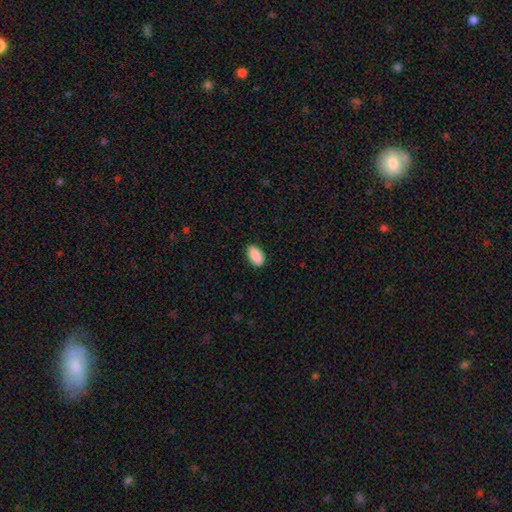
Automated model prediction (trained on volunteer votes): smooth-or-featured: smooth: 90% | star or artifact: 6% | featured or disk: 3%
  how-rounded: in between: 94% | round: 4% | cigar-shaped: 2%
  merging: none: 89% | minor disturbance: 8% | major disturbance: 2% | merger: 1%